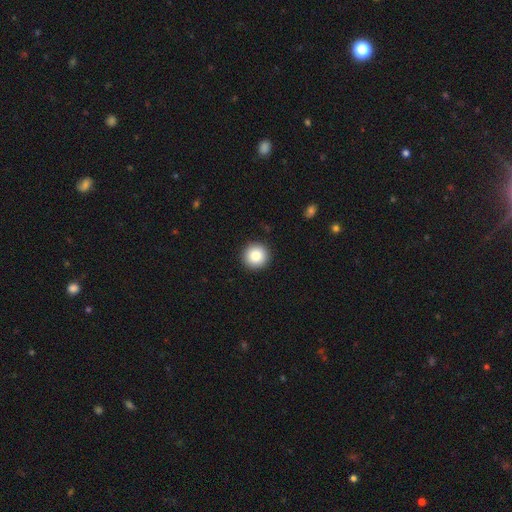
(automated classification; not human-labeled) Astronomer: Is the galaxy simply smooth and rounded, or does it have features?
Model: smooth — 86%.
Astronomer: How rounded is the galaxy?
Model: round — 95%.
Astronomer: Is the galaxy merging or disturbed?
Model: none — 93%.